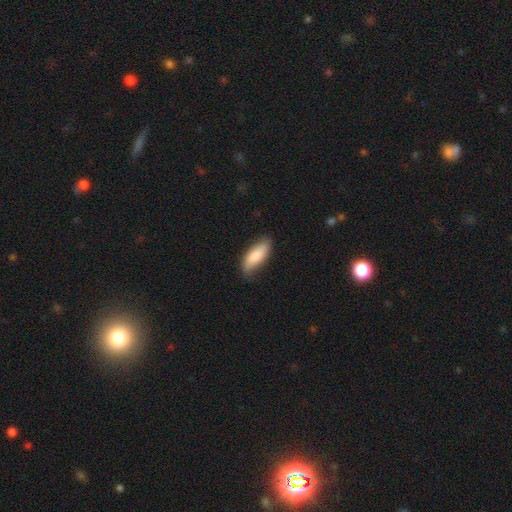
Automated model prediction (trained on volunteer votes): This is clearly a smooth galaxy (83%). How rounded: likely in between (74%). Merging: likely none (77%).